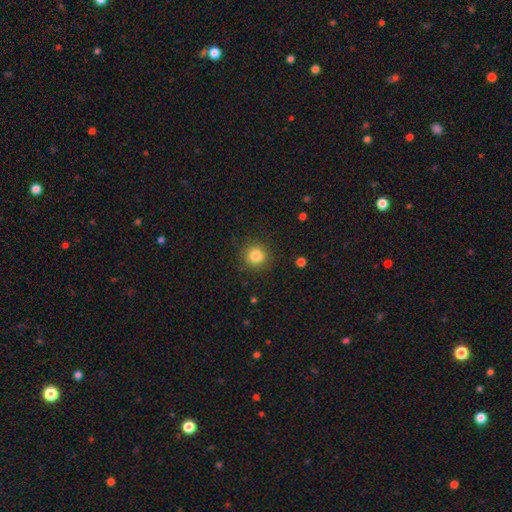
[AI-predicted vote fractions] Smooth or featured? Predicted: smooth (p=0.83). How rounded? Predicted: round (p=0.93). Merging? Predicted: none (p=0.89).